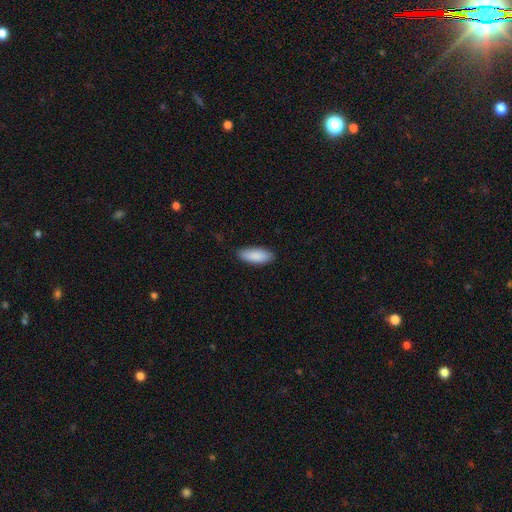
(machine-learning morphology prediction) A smooth galaxy with no disk features (90%) that is in between round and cigar-shaped (77%).

Vote fractions:
- Smooth or featured? smooth: 90% / star or artifact: 5% / featured or disk: 5%
- How rounded? in between: 77% / cigar-shaped: 21% / round: 2%
- Merging? none: 88% / minor disturbance: 10% / major disturbance: 2% / merger: 1%